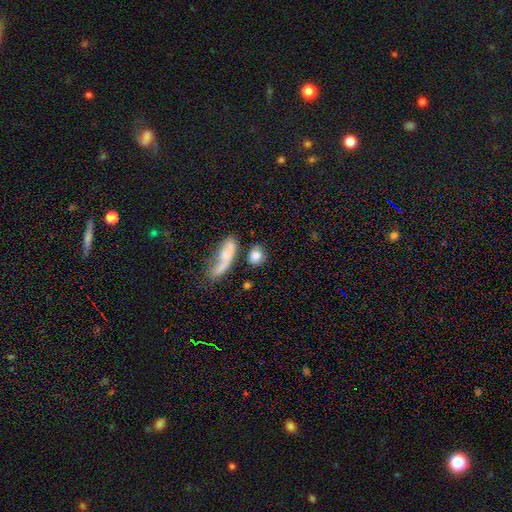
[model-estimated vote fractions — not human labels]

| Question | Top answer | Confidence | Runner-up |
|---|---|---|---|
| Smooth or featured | smooth | 80% | featured or disk (11%) |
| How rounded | round | 58% | in between (34%) |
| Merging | none | 64% | merger (15%) |